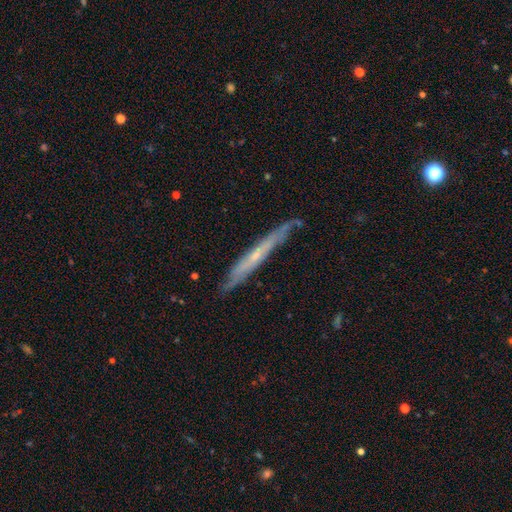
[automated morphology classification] Smooth or featured: featured or disk — 63% (smooth — 30%)
Edge-on disk: yes — 88% (no — 12%)
Edge-on bulge: none — 63% (rounded — 34%)
Merging: none — 78% (minor disturbance — 17%)